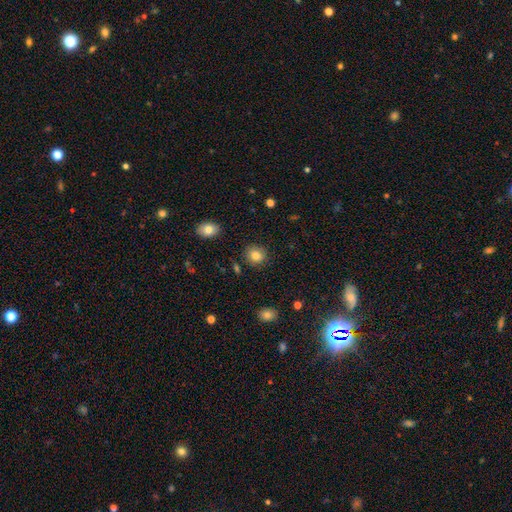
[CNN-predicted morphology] Smooth or featured? smooth (82%)
How rounded? round (79%)
Merging? none (86%)